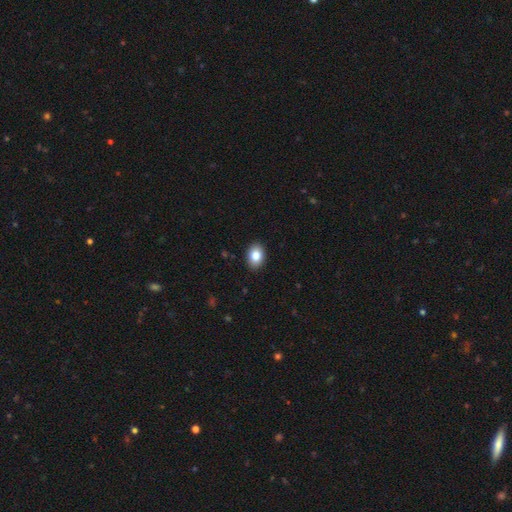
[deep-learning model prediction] A smooth galaxy with no disk features (83%) that is in between round and cigar-shaped (78%).

Vote fractions:
- Smooth or featured? smooth: 83% / featured or disk: 9% / star or artifact: 8%
- How rounded? in between: 78% / round: 21% / cigar-shaped: 1%
- Merging? none: 90% / minor disturbance: 7% / major disturbance: 2% / merger: 1%